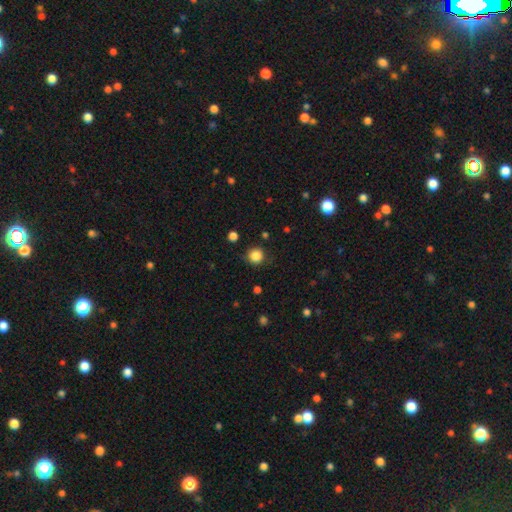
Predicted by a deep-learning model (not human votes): The model was most divided on "smooth or featured": smooth: 85%, star or artifact: 11%, featured or disk: 3%. More confident: how rounded — round (93%); merging — none (86%).